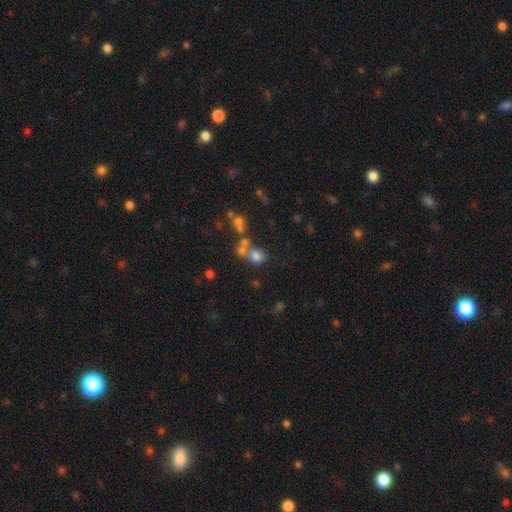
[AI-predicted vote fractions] Smooth or featured: smooth — 68% (star or artifact — 18%)
How rounded: round — 78% (in between — 20%)
Merging: none — 45% (merger — 40%)